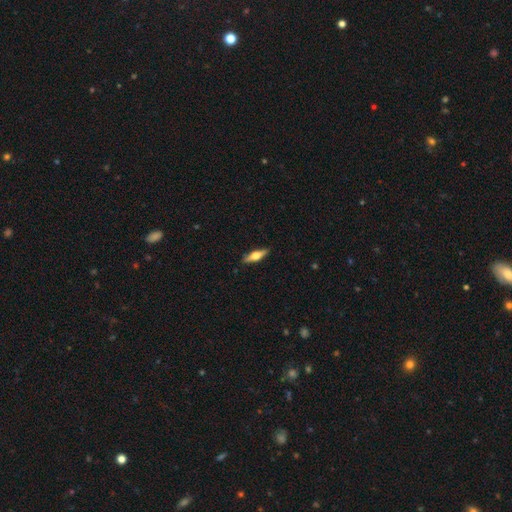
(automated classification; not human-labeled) Overall: featured or disk (50%; smooth 44%). Edge-on disk: yes (93%). Merging: none (88%).